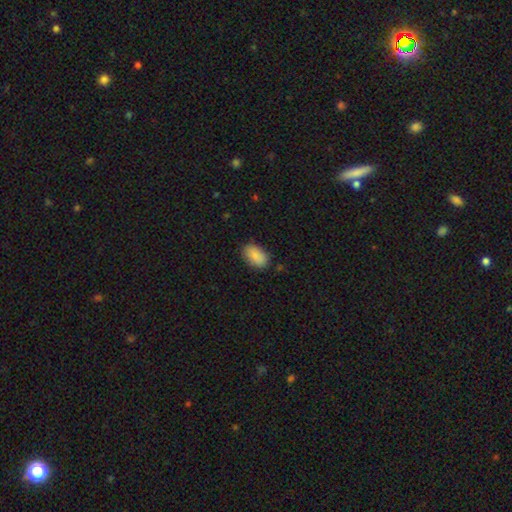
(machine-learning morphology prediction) Smooth or featured?
  - smooth: 87% *
  - star or artifact: 7%
  - featured or disk: 6%
How rounded?
  - in between: 92% *
  - round: 7%
  - cigar-shaped: 2%
Merging?
  - none: 82% *
  - minor disturbance: 14%
  - major disturbance: 3%
  - merger: 1%